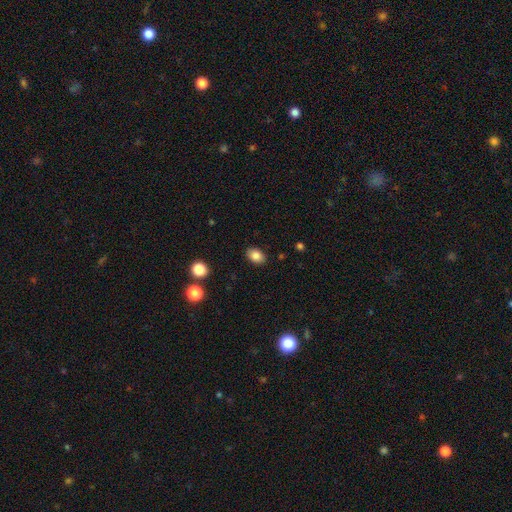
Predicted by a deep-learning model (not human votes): Smooth or featured? Predicted: smooth (p=0.84). How rounded? Predicted: in between (p=0.77). Merging? Predicted: none (p=0.87).